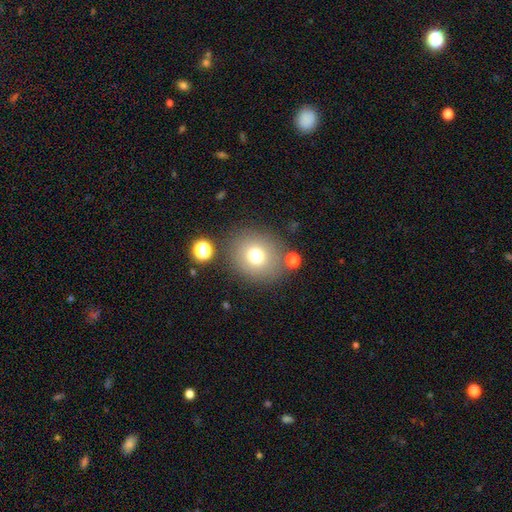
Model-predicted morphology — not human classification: Smooth or featured: smooth — 74% (star or artifact — 14%)
How rounded: round — 83% (in between — 16%)
Merging: none — 81% (minor disturbance — 10%)